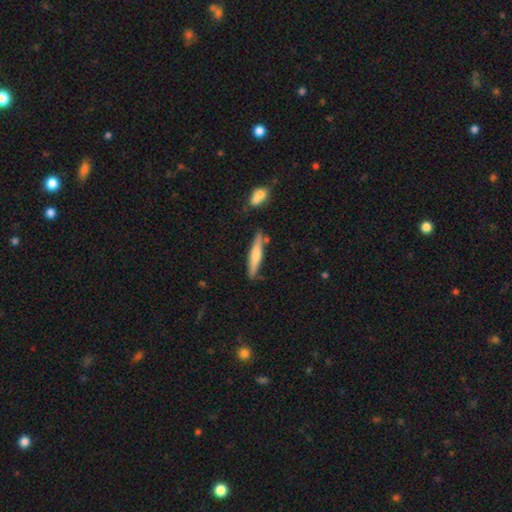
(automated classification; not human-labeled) smooth-or-featured: smooth: 61% | featured or disk: 34% | star or artifact: 6%
  how-rounded: cigar-shaped: 91% | in between: 8% | round: 1%
  merging: none: 80% | minor disturbance: 12% | merger: 5% | major disturbance: 2%